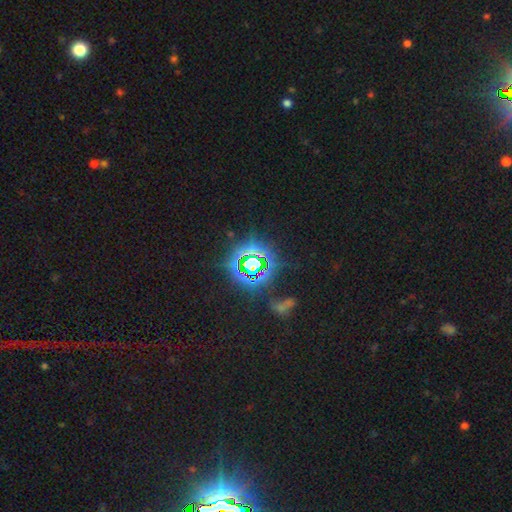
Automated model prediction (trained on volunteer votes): Smooth or featured?
  - star or artifact: 80% *
  - smooth: 13%
  - featured or disk: 8%